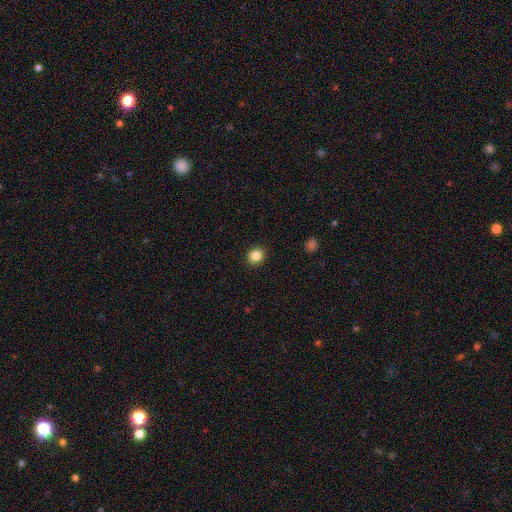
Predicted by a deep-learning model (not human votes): A smooth galaxy with no disk features (85%) that is round (84%).

Vote fractions:
- Smooth or featured? smooth: 85% / star or artifact: 11% / featured or disk: 5%
- How rounded? round: 84% / in between: 15% / cigar-shaped: 1%
- Merging? none: 92% / minor disturbance: 6% / major disturbance: 2% / merger: 1%